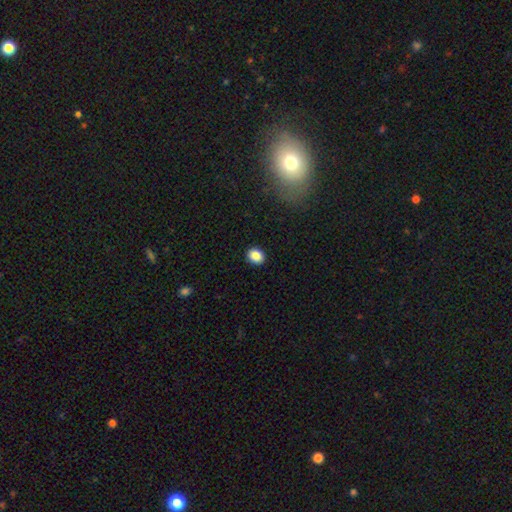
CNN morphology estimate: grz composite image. It shows a smooth galaxy with no disk features (87%) that is round (53%). Merging: none (91%).